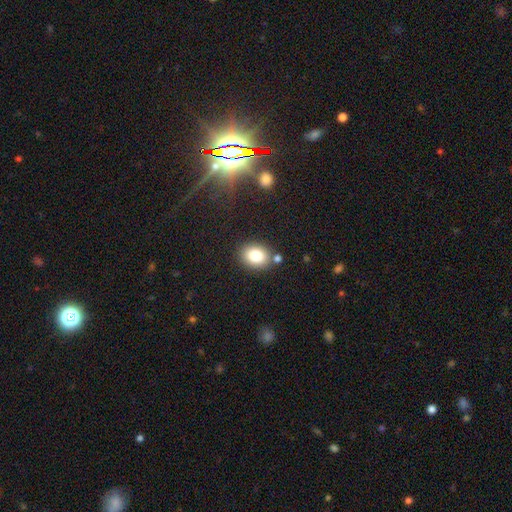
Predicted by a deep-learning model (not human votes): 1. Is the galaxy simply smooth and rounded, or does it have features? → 83% smooth, 10% star or artifact, 8% featured or disk.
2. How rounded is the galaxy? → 59% in between, 40% round, 1% cigar-shaped.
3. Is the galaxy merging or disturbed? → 80% none, 10% minor disturbance, 7% merger, 3% major disturbance.